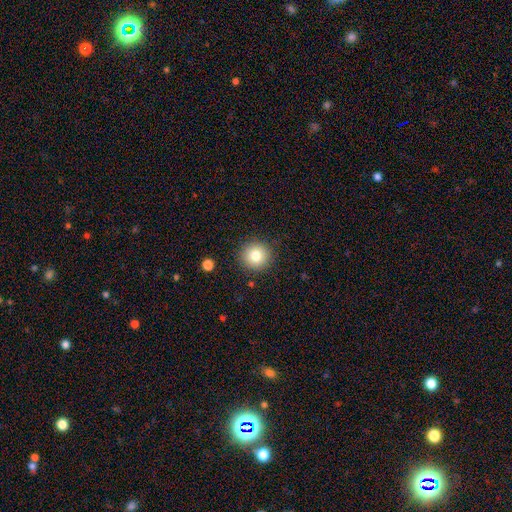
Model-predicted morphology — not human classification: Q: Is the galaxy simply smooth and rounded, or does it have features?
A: smooth — 80%.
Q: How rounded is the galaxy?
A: round — 94%.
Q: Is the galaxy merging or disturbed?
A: none — 89%.